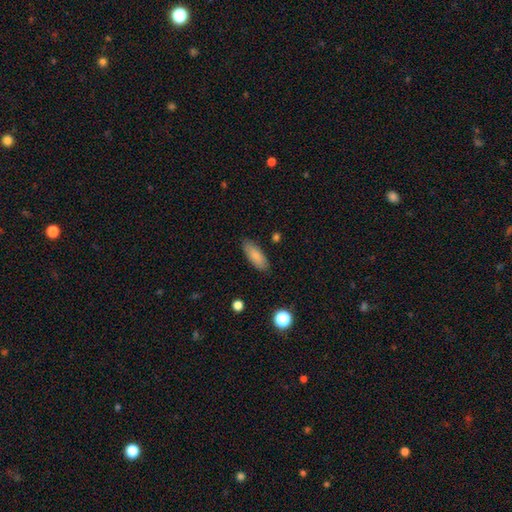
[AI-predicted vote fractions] Smooth or featured? smooth (84%)
How rounded? in between (68%)
Merging? none (86%)